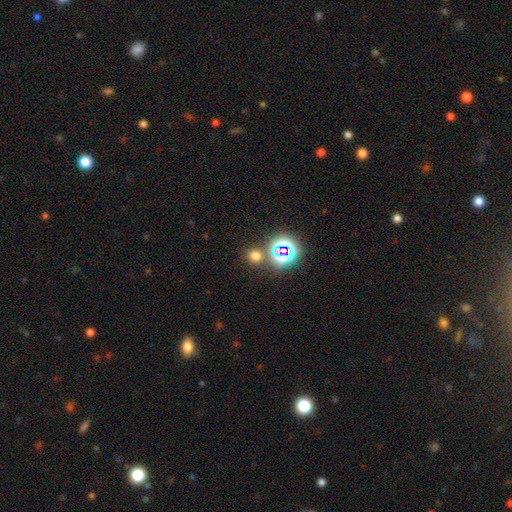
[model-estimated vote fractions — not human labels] Q: Smooth or featured?
A: smooth (63%); runner-up: star or artifact (31%)
Q: How rounded?
A: round (85%); runner-up: in between (14%)
Q: Merging?
A: none (77%); runner-up: merger (12%)